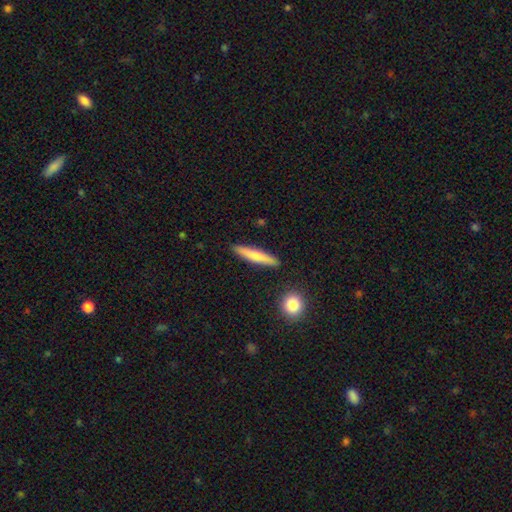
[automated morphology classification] The model was most divided on "smooth or featured": smooth: 72%, featured or disk: 23%, star or artifact: 6%. More confident: how rounded — cigar-shaped (90%); merging — none (89%).